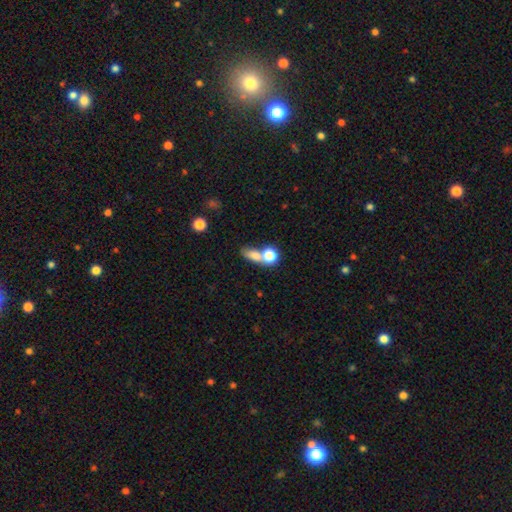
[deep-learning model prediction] Smooth or featured? Predicted: smooth (p=0.73). How rounded? Predicted: in between (p=0.53). Merging? Predicted: merger (p=0.50).